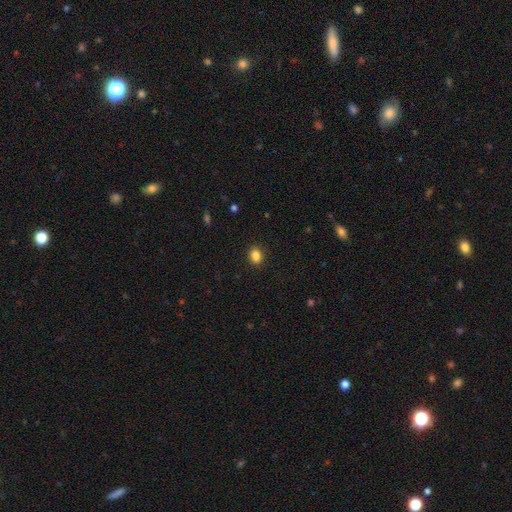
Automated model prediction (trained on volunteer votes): Q: Smooth or featured?
A: smooth (86%); runner-up: star or artifact (10%)
Q: How rounded?
A: in between (62%); runner-up: round (37%)
Q: Merging?
A: none (90%); runner-up: minor disturbance (7%)